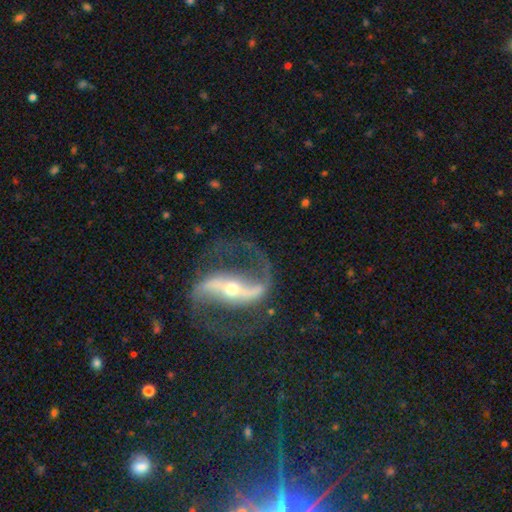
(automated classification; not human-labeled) This is clearly a featured or disk galaxy (89%). It is clearly not viewed edge-on (95%). Bar: likely strong (66%). Spiral arm pattern: clearly yes (97%). Spiral arm count: clearly 2 (94%). Spiral winding: possibly medium (50%). Central bulge: possibly small (56%). Merging: likely none (75%).